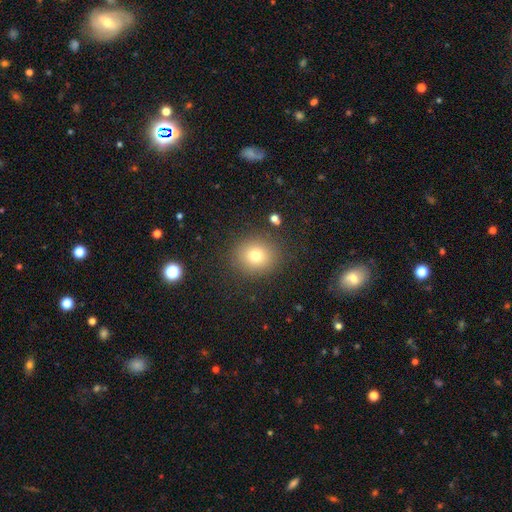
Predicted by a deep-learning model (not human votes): This appears to be a smooth galaxy with no disk features (76%) that is round (83%). Merging: none (87%).